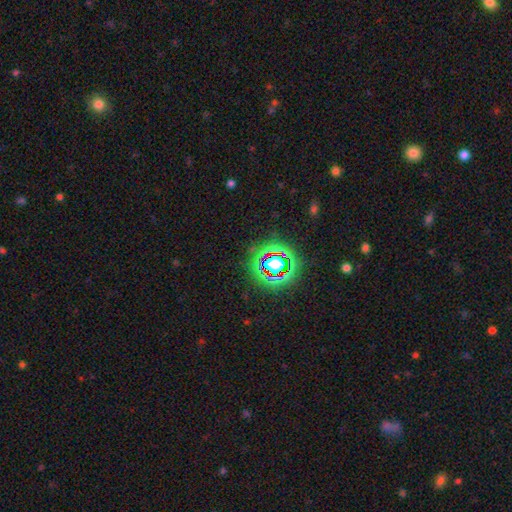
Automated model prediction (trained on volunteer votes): smooth_or_featured: star or artifact (p=0.77) [alt: smooth p=0.13]